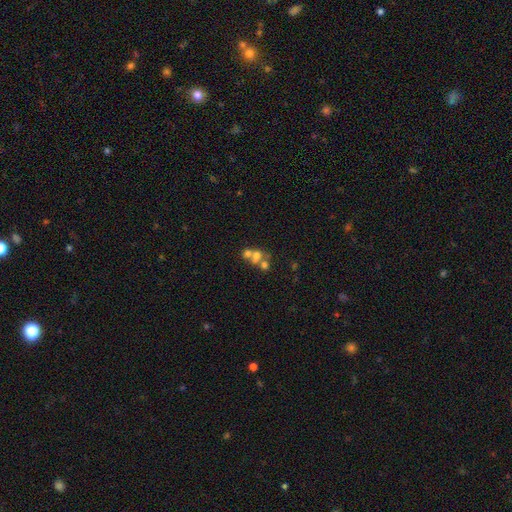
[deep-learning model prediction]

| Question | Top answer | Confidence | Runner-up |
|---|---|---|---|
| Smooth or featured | smooth | 53% | featured or disk (31%) |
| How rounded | round | 63% | in between (36%) |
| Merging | merger | 58% | none (29%) |